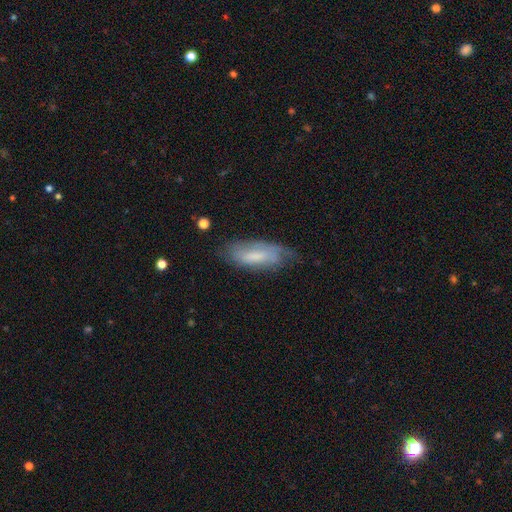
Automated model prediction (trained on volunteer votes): Smooth or featured? Predicted: smooth (p=0.53). How rounded? Predicted: in between (p=0.67). Merging? Predicted: none (p=0.59).